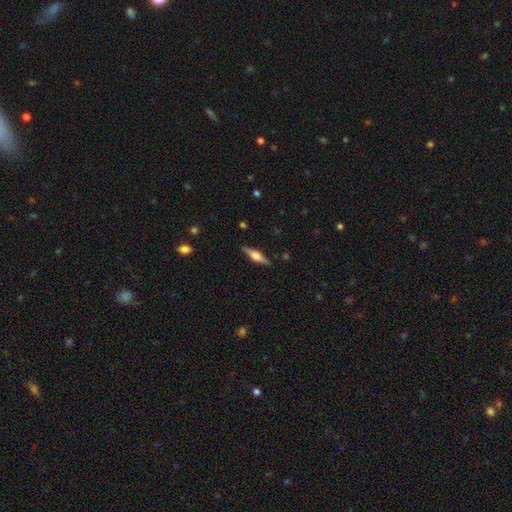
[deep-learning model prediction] The model was most divided on "smooth or featured": featured or disk: 69%, smooth: 25%, star or artifact: 6%. More confident: edge-on disk — yes (98%); merging — none (89%); edge-on bulge — rounded (85%).